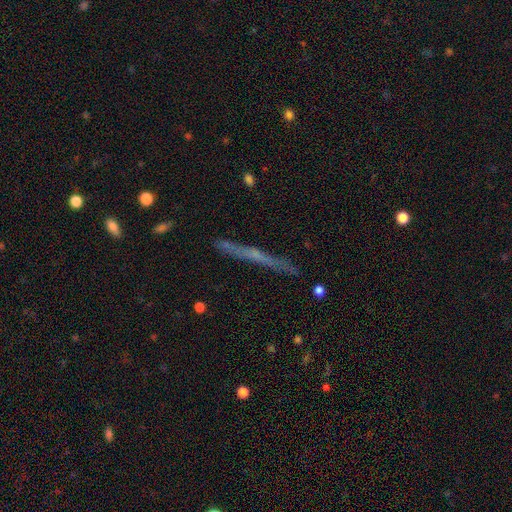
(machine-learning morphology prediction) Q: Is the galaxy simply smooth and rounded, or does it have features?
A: featured or disk — 56%.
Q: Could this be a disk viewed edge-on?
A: yes — 95%.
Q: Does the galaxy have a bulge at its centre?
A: none — 75%.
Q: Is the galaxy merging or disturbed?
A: none — 86%.